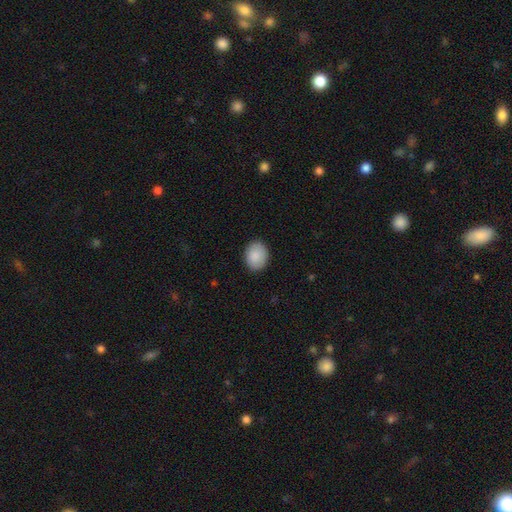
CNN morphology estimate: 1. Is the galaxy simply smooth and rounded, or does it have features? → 89% smooth, 7% star or artifact, 4% featured or disk.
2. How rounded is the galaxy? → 56% in between, 44% round, 1% cigar-shaped.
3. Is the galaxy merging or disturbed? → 88% none, 9% minor disturbance, 2% major disturbance, 1% merger.